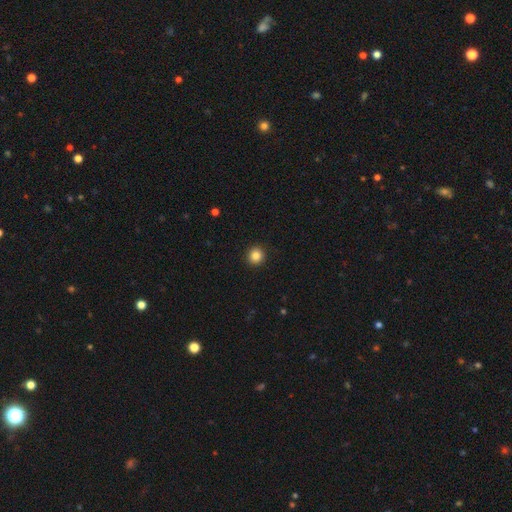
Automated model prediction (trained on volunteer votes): Smooth or featured? Predicted: smooth (p=0.85). How rounded? Predicted: round (p=0.94). Merging? Predicted: none (p=0.93).